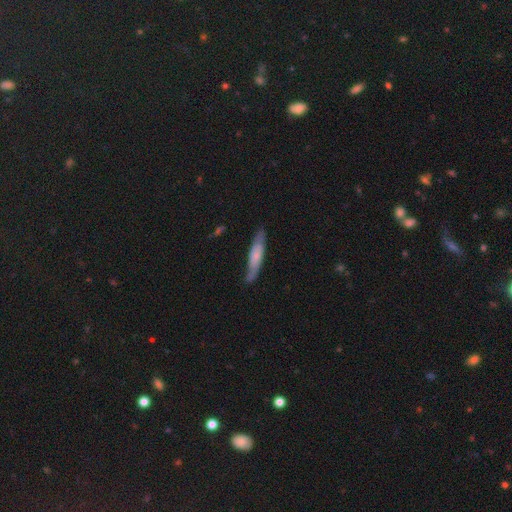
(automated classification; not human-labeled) Smooth or featured? Predicted: smooth (p=0.49). Merging? Predicted: none (p=0.74).